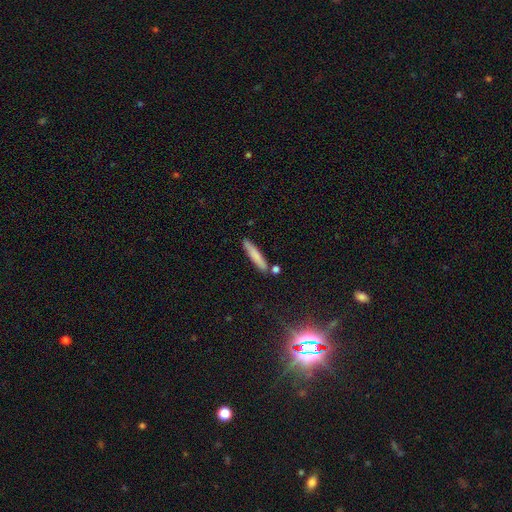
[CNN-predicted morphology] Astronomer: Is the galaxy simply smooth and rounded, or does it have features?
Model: smooth — 78%.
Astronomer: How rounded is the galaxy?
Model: cigar-shaped — 91%.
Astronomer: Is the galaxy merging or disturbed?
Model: none — 82%.